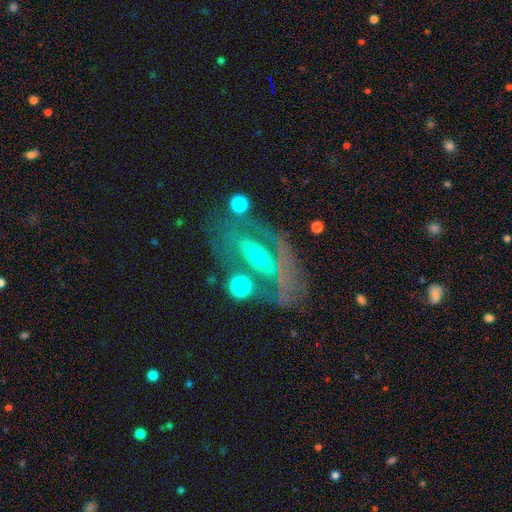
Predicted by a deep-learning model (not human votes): A featured or disk galaxy (74%) with no bar (49%), spiral arms (56%) and a small central bulge (51%).

Vote fractions:
- Smooth or featured? featured or disk: 74% / smooth: 16% / star or artifact: 10%
- Edge-on disk? no: 90% / yes: 10%
- Bar? no: 49% / weak: 31% / strong: 20%
- Spiral arms? yes: 56% / no: 44%
- Bulge size? small: 51% / moderate: 42% / large: 3% / none: 3% / dominant: 1%
- Merging? none: 52% / minor disturbance: 20% / major disturbance: 19% / merger: 8%